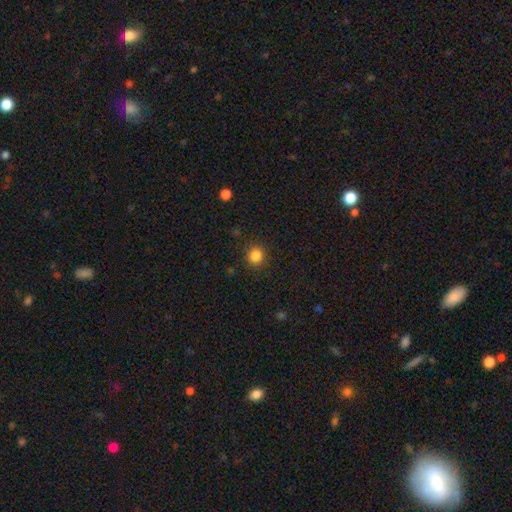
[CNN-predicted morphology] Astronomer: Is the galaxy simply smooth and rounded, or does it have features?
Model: smooth — 85%.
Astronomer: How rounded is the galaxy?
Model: round — 87%.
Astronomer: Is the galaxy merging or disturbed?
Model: none — 88%.